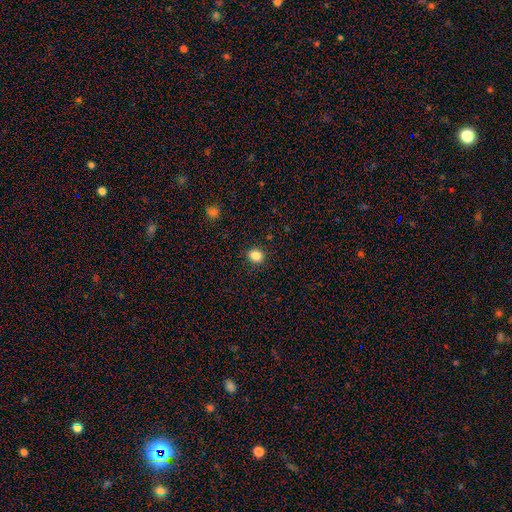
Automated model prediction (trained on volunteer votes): Smooth or featured? Predicted: smooth (p=0.85). How rounded? Predicted: round (p=0.74). Merging? Predicted: none (p=0.90).